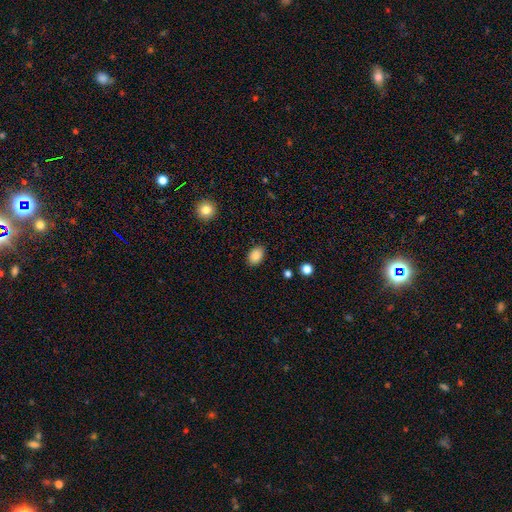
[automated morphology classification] smooth 86%, star or artifact 8%, featured or disk 5%. Down the decision tree: how rounded — in between (81%); merging — none (87%).